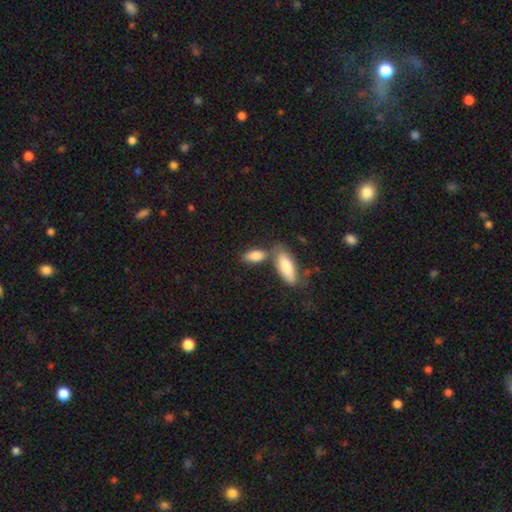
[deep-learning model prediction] Smooth or featured: smooth — 82% (featured or disk — 11%)
How rounded: in between — 80% (cigar-shaped — 16%)
Merging: none — 49% (merger — 34%)